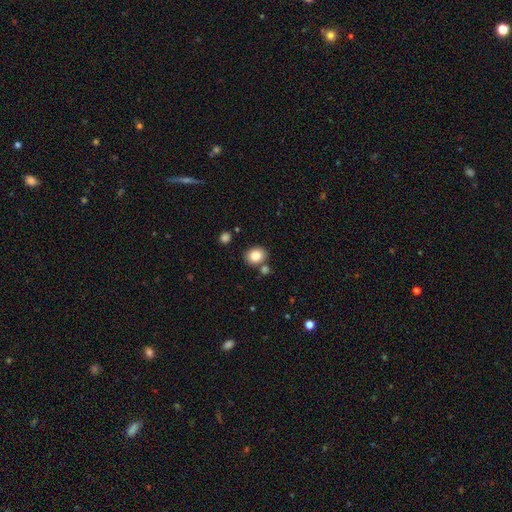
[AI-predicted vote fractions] Morphology: type=smooth (84%); roundness=round (58%); merging=none (78%).